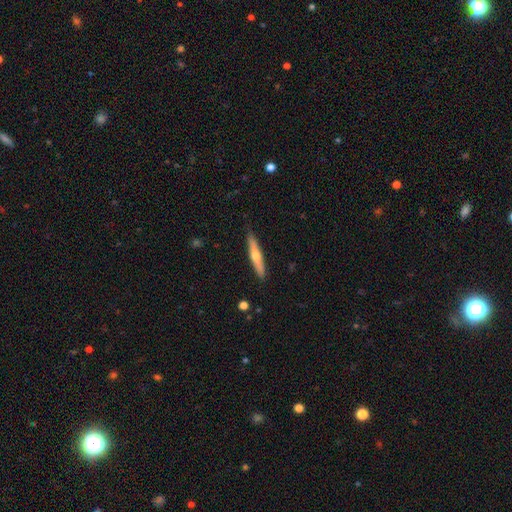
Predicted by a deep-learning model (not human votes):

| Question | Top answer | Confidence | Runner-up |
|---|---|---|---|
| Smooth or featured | featured or disk | 53% | smooth (41%) |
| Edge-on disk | yes | 95% | no (5%) |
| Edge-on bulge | rounded | 85% | none (13%) |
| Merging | none | 89% | minor disturbance (9%) |